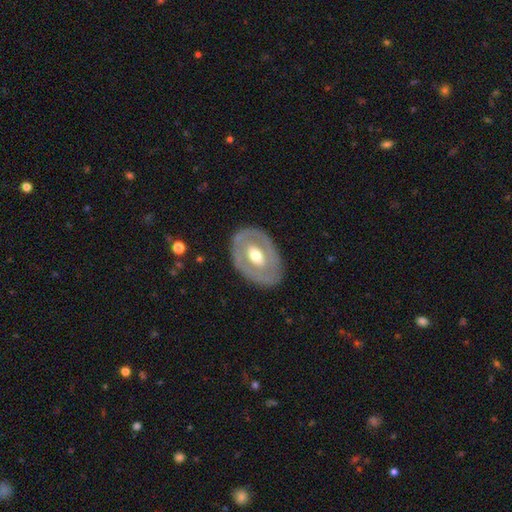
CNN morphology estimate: Smooth or featured: featured or disk — 62% (smooth — 34%)
Edge-on disk: no — 92% (yes — 8%)
Bar: no — 59% (weak — 27%)
Spiral arms: no — 80% (yes — 20%)
Bulge size: moderate — 68% (large — 16%)
Merging: none — 81% (minor disturbance — 13%)